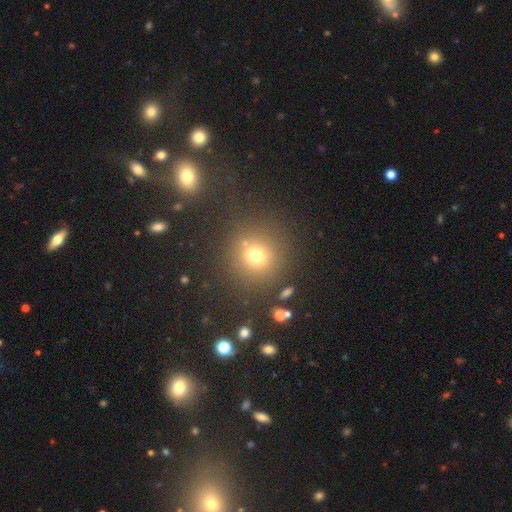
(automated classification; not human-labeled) Smooth or featured? Predicted: smooth (p=0.71). How rounded? Predicted: round (p=0.92). Merging? Predicted: none (p=0.82).